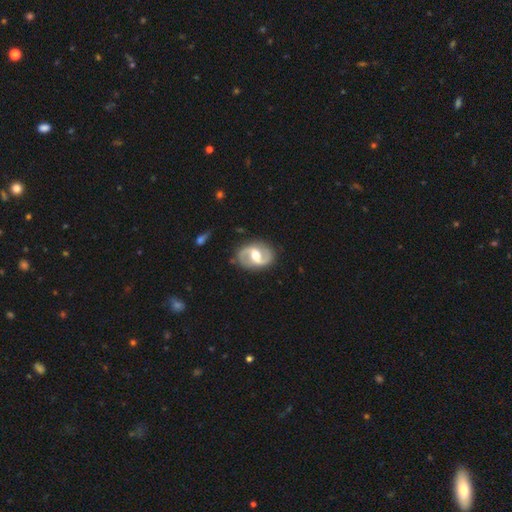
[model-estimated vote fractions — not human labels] Smooth or featured? featured or disk (87%)
Edge-on disk? no (98%)
Bar? weak (47%)
Spiral arms? yes (94%)
Spiral winding? medium (52%)
Spiral arm count? 2 (93%)
Bulge size? moderate (69%)
Merging? none (85%)